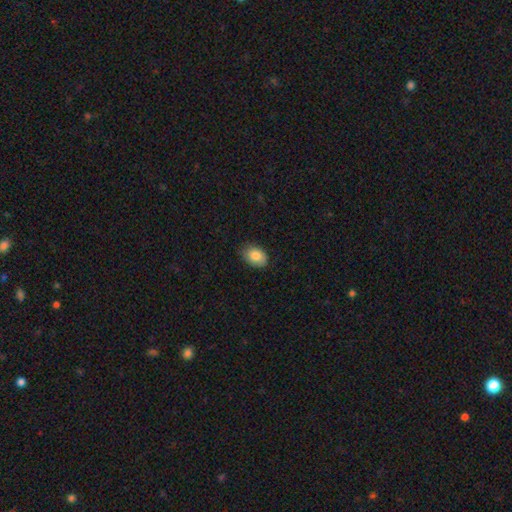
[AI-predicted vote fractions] Smooth or featured? Predicted: smooth (p=0.85). How rounded? Predicted: in between (p=0.80). Merging? Predicted: none (p=0.80).